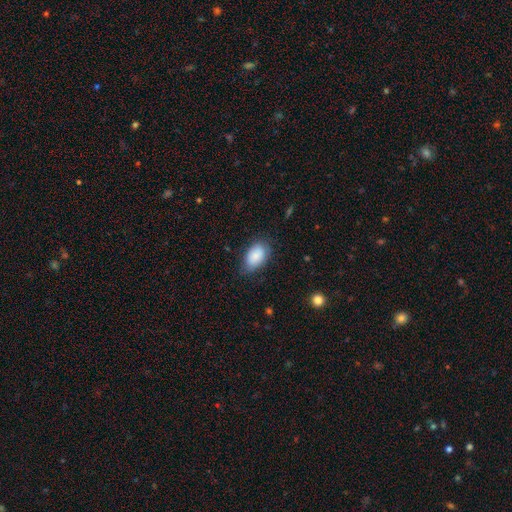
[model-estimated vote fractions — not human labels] smooth-or-featured: smooth: 86% | featured or disk: 8% | star or artifact: 7%
  how-rounded: in between: 92% | round: 7% | cigar-shaped: 1%
  merging: none: 71% | minor disturbance: 22% | major disturbance: 5% | merger: 1%